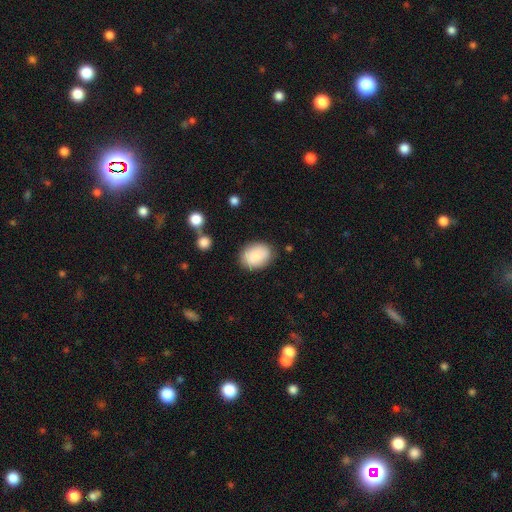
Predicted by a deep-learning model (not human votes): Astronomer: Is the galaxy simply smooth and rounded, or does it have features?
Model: smooth — 86%.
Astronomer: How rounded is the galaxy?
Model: in between — 70%.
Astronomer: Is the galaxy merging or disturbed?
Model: none — 81%.